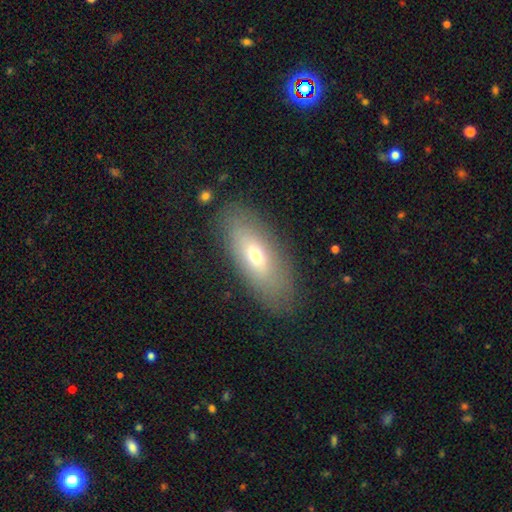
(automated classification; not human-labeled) Overall: smooth (57%; featured or disk 34%). How rounded: in between (72%). Merging: none (83%).